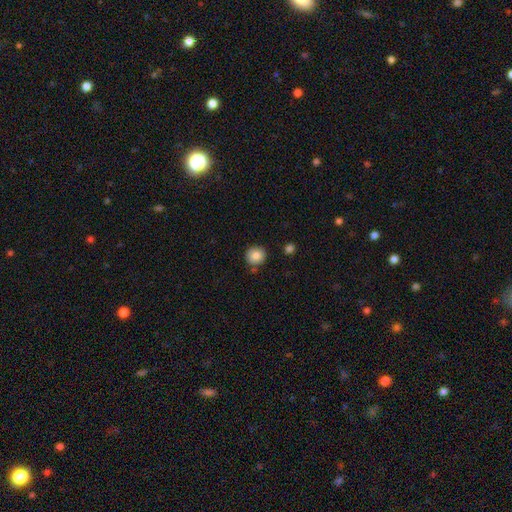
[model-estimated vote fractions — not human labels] smooth-or-featured: smooth: 83% | star or artifact: 9% | featured or disk: 8%
  how-rounded: round: 91% | in between: 8% | cigar-shaped: 1%
  merging: none: 84% | minor disturbance: 9% | merger: 4% | major disturbance: 2%